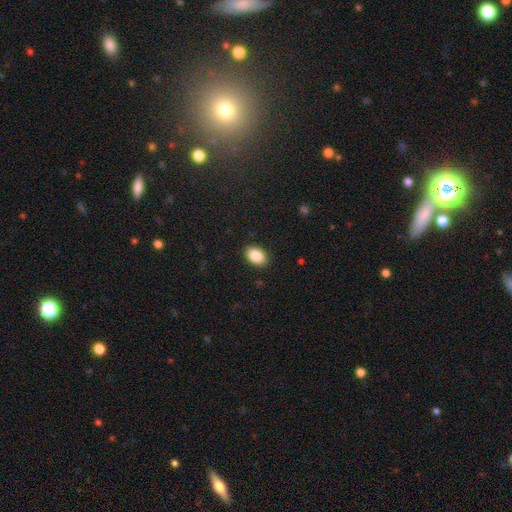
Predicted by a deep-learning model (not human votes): A smooth galaxy with no disk features (87%) that is in between round and cigar-shaped (89%). Merging: none (89%).